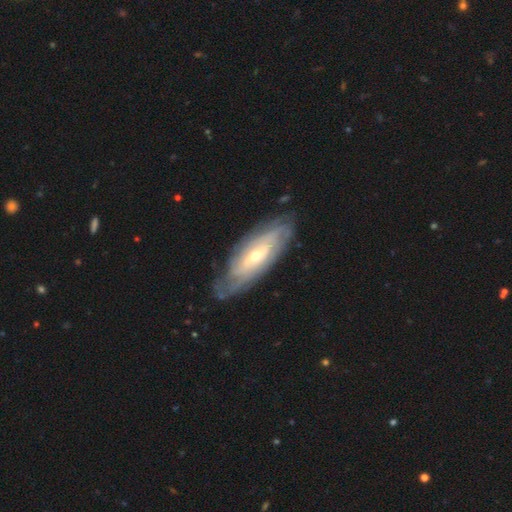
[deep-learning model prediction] A featured or disk galaxy (79%) with no bar (51%), tight (70%) spiral arms (88%) and a small central bulge (56%).

Vote fractions:
- Smooth or featured? featured or disk: 79% / smooth: 15% / star or artifact: 5%
- Edge-on disk? no: 84% / yes: 16%
- Bar? no: 51% / weak: 35% / strong: 14%
- Spiral arms? yes: 88% / no: 12%
- Spiral winding? tight: 70% / medium: 23% / loose: 7%
- Spiral arm count? can't tell: 56% / 2: 18% / 3: 9% / 4: 8% / more than 4: 5% / 1: 4%
- Bulge size? small: 56% / moderate: 40% / large: 2% / none: 1% / dominant: 1%
- Merging? none: 77% / minor disturbance: 17% / major disturbance: 5% / merger: 1%